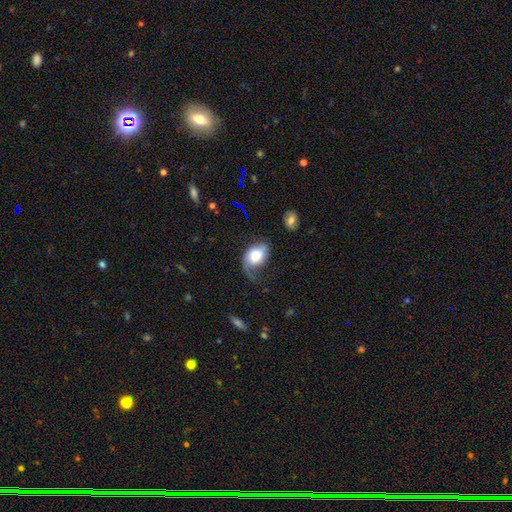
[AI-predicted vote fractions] This appears to be a smooth galaxy with no disk features (51%) that is in between round and cigar-shaped (74%). Merging: none (34%).